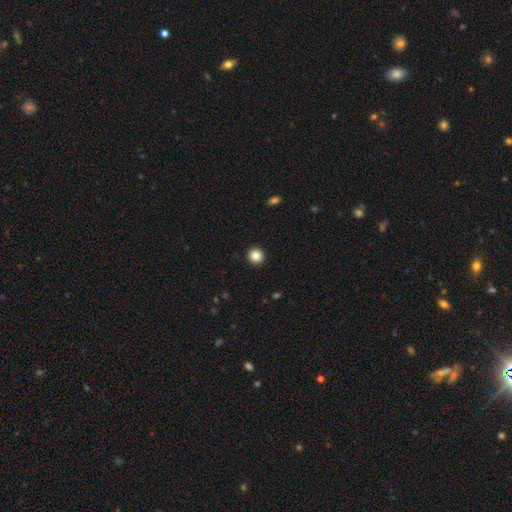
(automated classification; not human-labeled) This is clearly a smooth galaxy (86%). How rounded: clearly round (93%). Merging: clearly none (92%).